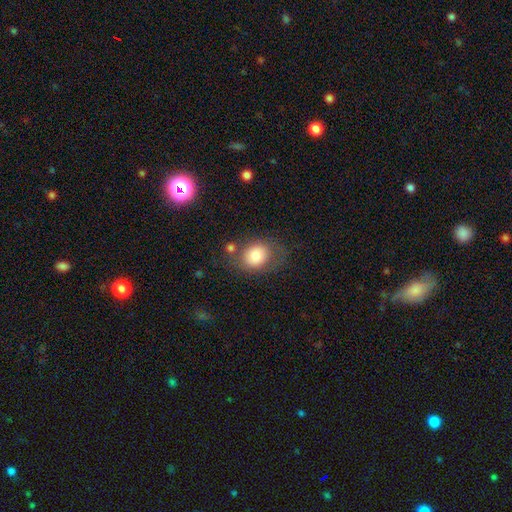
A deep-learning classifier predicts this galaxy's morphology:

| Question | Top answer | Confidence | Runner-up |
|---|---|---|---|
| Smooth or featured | smooth | 78% | featured or disk (14%) |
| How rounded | in between | 52% | round (48%) |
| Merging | none | 62% | minor disturbance (19%) |